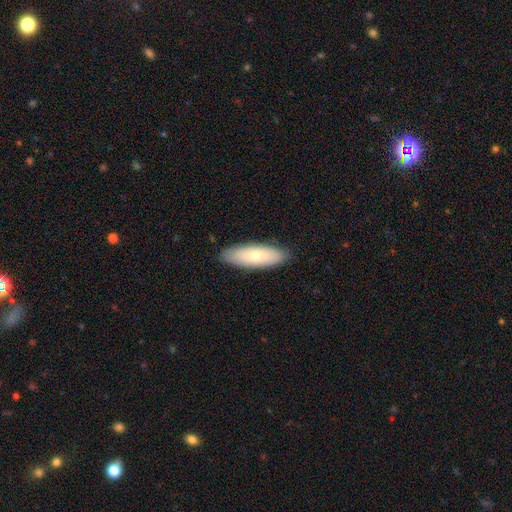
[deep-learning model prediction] A smooth galaxy with no disk features (74%) that is in between round and cigar-shaped (60%). Merging: none (88%).